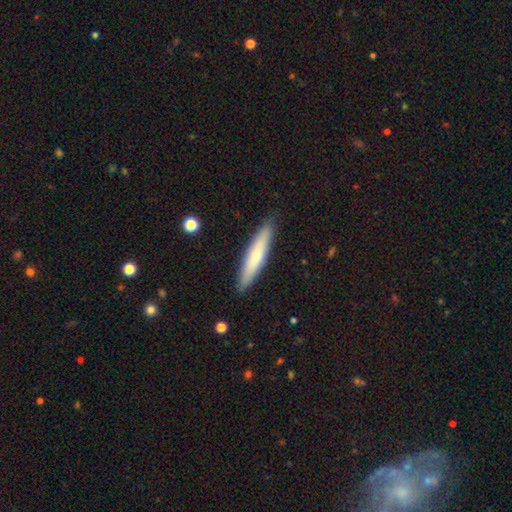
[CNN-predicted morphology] smooth_or_featured: smooth (p=0.69) [alt: featured or disk p=0.26]
how_rounded: cigar-shaped (p=0.90) [alt: in between p=0.09]
merging: none (p=0.90) [alt: minor disturbance p=0.07]